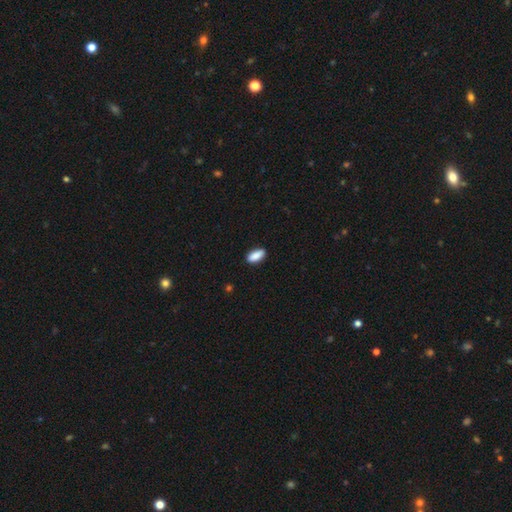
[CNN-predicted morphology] type=smooth (89%); roundness=in between (82%); merging=none (88%).